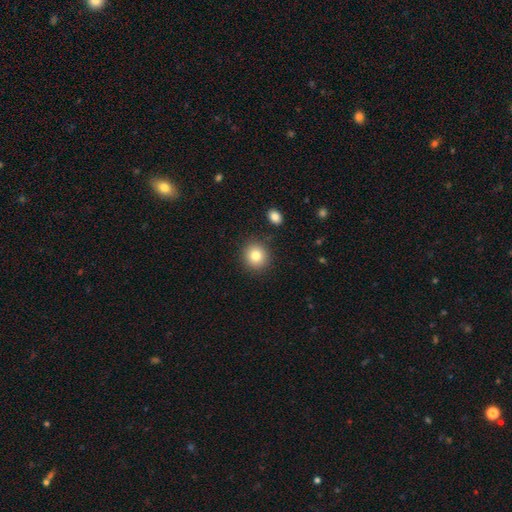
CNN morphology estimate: Smooth or featured: smooth — 81% (star or artifact — 10%)
How rounded: round — 89% (in between — 10%)
Merging: none — 87% (minor disturbance — 7%)